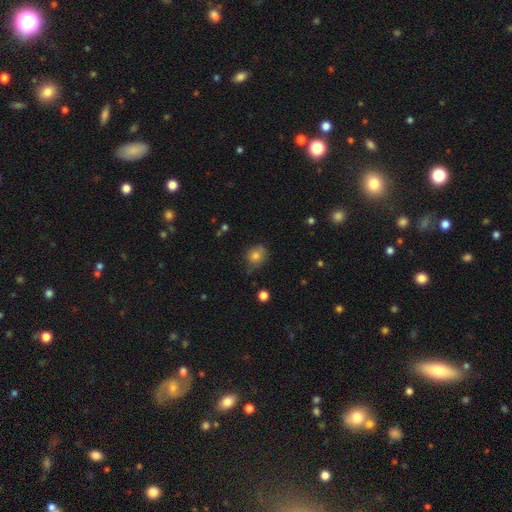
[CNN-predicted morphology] Smooth or featured: smooth — 78% (star or artifact — 11%)
How rounded: round — 64% (in between — 35%)
Merging: none — 61% (minor disturbance — 30%)